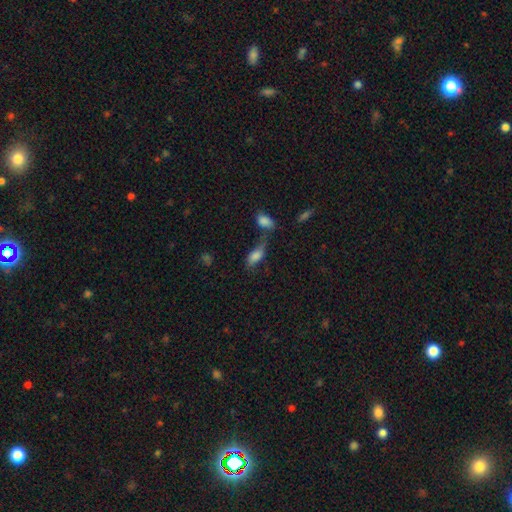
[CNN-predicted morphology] A smooth galaxy with no disk features (72%) that is in between round and cigar-shaped (83%).

Vote fractions:
- Smooth or featured? smooth: 72% / featured or disk: 18% / star or artifact: 10%
- How rounded? in between: 83% / cigar-shaped: 13% / round: 4%
- Merging? none: 34% / merger: 30% / minor disturbance: 20% / major disturbance: 16%